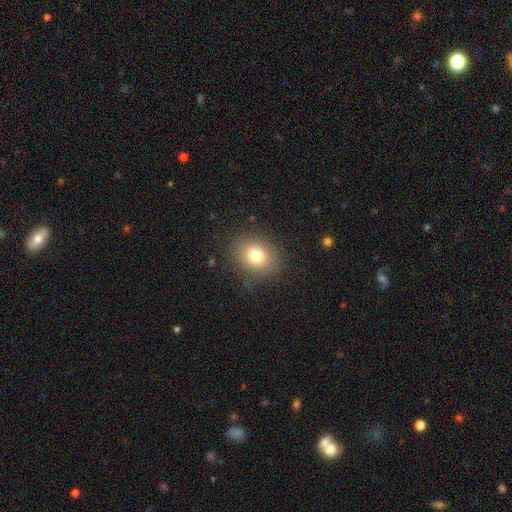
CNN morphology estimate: Overall: smooth (77%). How rounded: round (53%; in between 46%). Merging: none (82%).